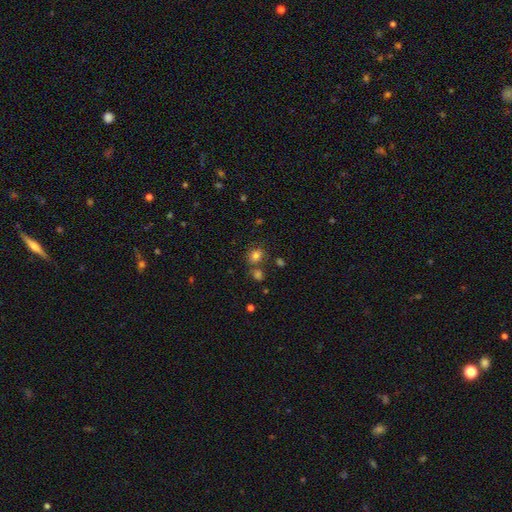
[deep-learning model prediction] Smooth or featured? Predicted: smooth (p=0.78). How rounded? Predicted: round (p=0.57). Merging? Predicted: none (p=0.65).